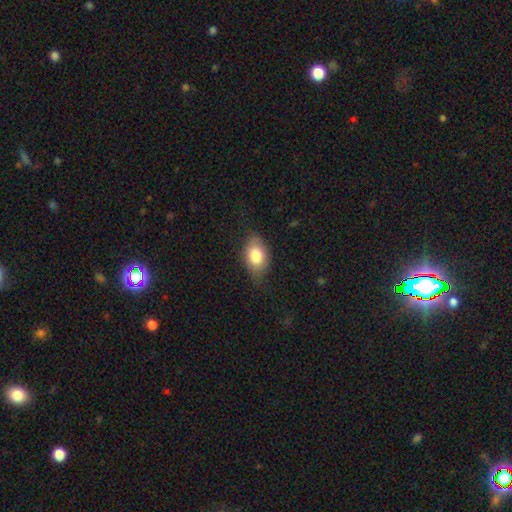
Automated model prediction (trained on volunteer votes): This is likely a smooth galaxy (79%). How rounded: clearly in between (83%). Merging: likely none (73%).